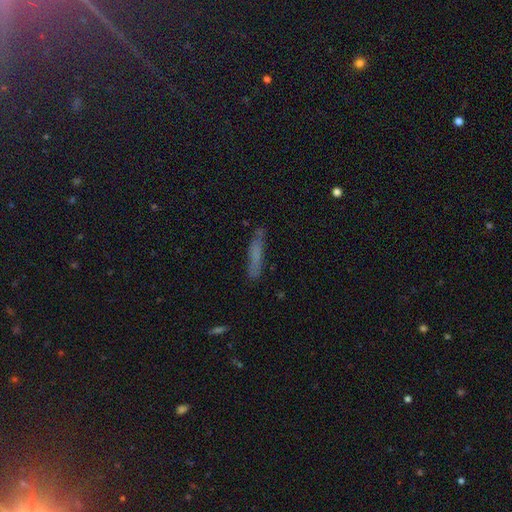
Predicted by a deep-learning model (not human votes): A smooth galaxy with no disk features (63%) that is cigar-shaped (89%). Merging: none (74%).